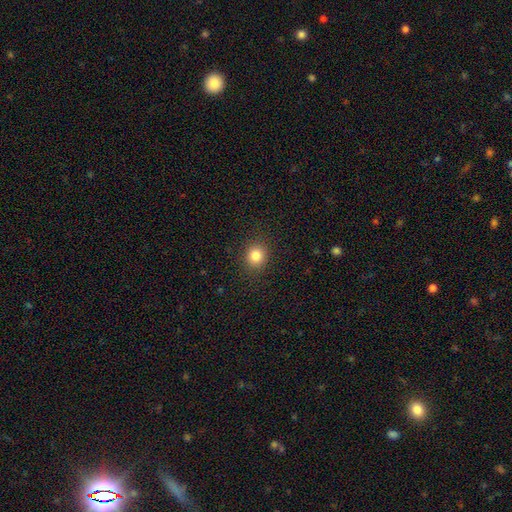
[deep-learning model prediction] Smooth or featured? Predicted: smooth (p=0.84). How rounded? Predicted: round (p=0.80). Merging? Predicted: none (p=0.89).